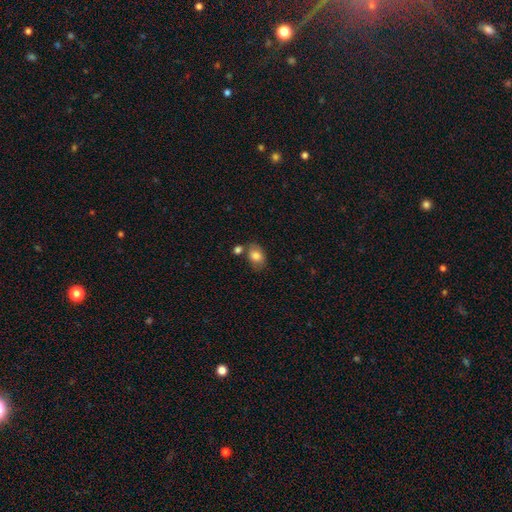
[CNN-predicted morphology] A smooth galaxy with no disk features (81%) that is in between round and cigar-shaped (76%). Merging: none (64%).